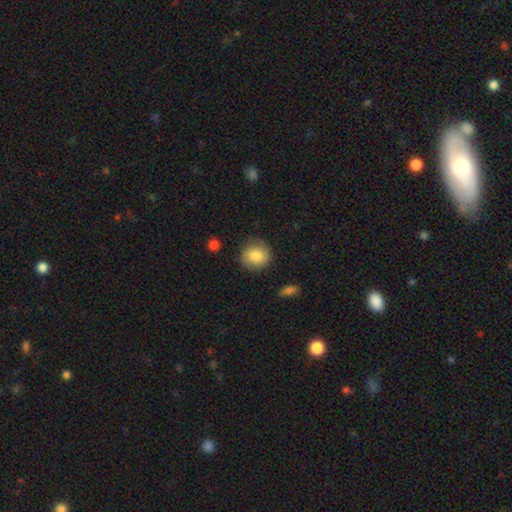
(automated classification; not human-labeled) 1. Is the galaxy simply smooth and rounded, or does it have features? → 83% smooth, 10% featured or disk, 7% star or artifact.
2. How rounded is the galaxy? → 87% round, 12% in between, 1% cigar-shaped.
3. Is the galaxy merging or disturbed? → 81% none, 14% minor disturbance, 4% major disturbance, 1% merger.